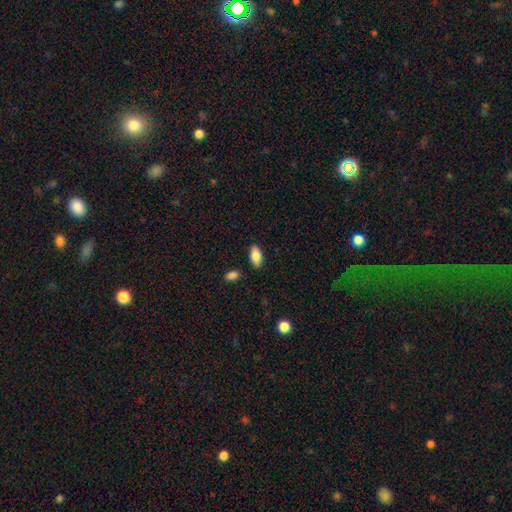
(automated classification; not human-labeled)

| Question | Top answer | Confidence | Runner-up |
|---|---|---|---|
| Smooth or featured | smooth | 83% | featured or disk (10%) |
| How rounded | in between | 89% | cigar-shaped (8%) |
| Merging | none | 84% | minor disturbance (11%) |